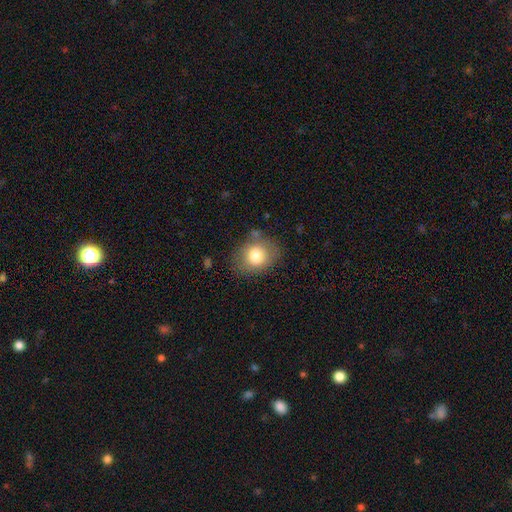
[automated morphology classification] This appears to be a smooth galaxy with no disk features (78%) that is round (52%). Merging: none (74%).